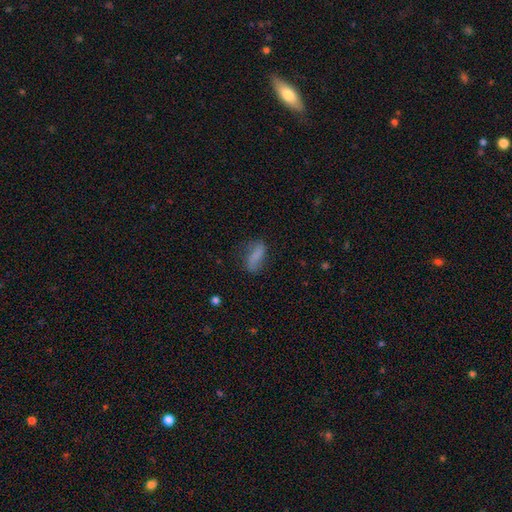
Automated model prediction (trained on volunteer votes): Smooth or featured? Predicted: smooth (p=0.69). How rounded? Predicted: in between (p=0.72). Merging? Predicted: none (p=0.61).